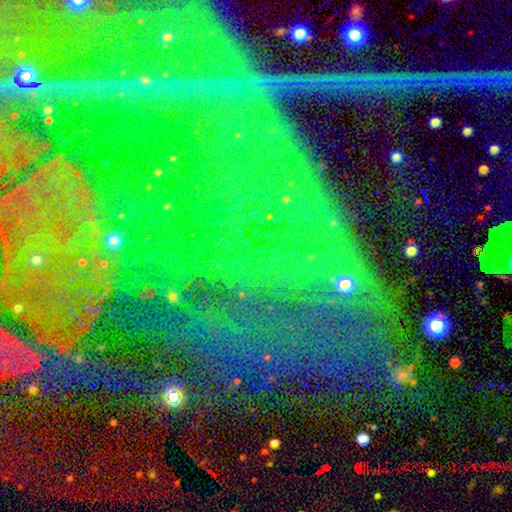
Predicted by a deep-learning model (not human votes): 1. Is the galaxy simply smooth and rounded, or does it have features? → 79% star or artifact, 12% featured or disk, 9% smooth.